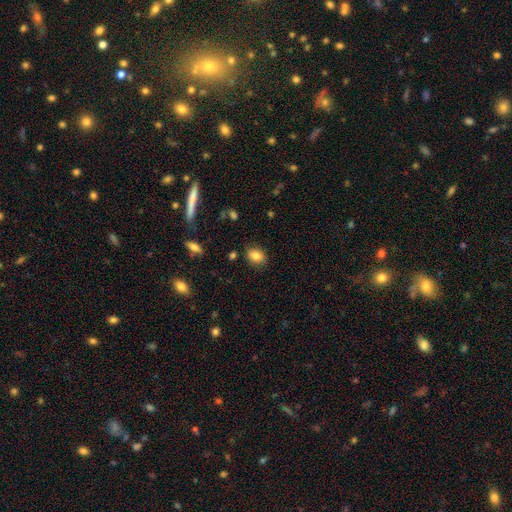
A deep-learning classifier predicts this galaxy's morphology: The model was most divided on "how rounded": in between: 70%, round: 28%, cigar-shaped: 2%. More confident: smooth or featured — smooth (83%); merging — none (83%).